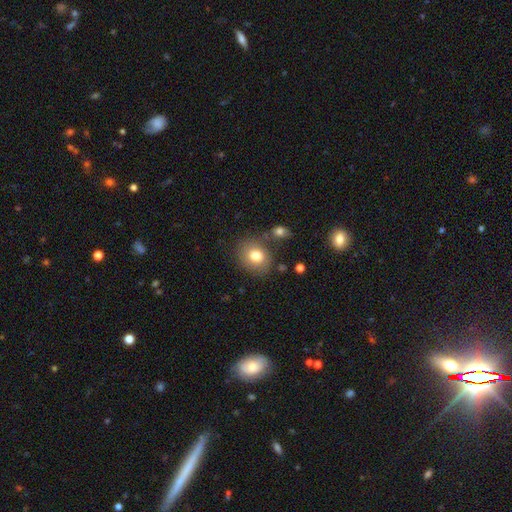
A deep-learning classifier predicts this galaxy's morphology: Overall: smooth (79%). How rounded: round (64%; in between 35%). Merging: none (72%).